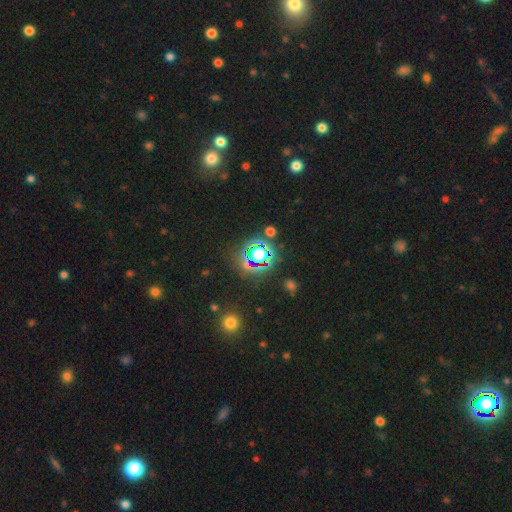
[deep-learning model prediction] Smooth or featured? star or artifact (62%)